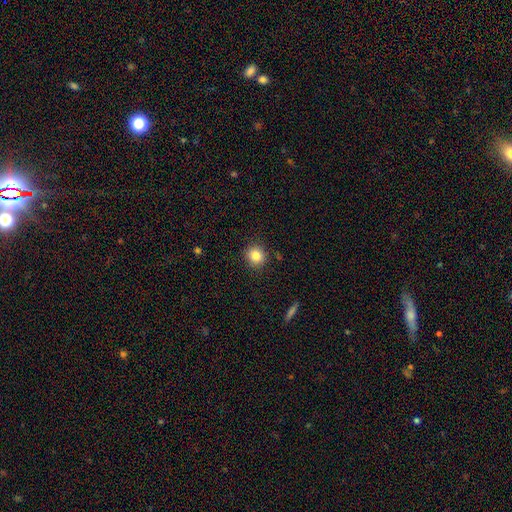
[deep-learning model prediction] smooth-or-featured: smooth: 84% | star or artifact: 11% | featured or disk: 6%
  how-rounded: round: 88% | in between: 11% | cigar-shaped: 1%
  merging: none: 89% | minor disturbance: 7% | major disturbance: 2% | merger: 1%